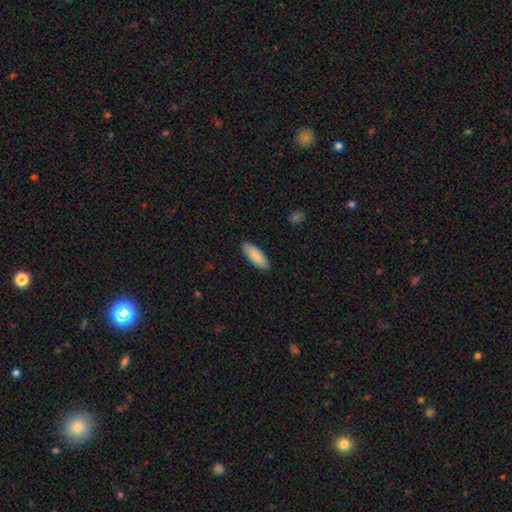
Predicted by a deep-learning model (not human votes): A smooth galaxy with no disk features (89%) that is in between round and cigar-shaped (68%). Merging: none (89%).